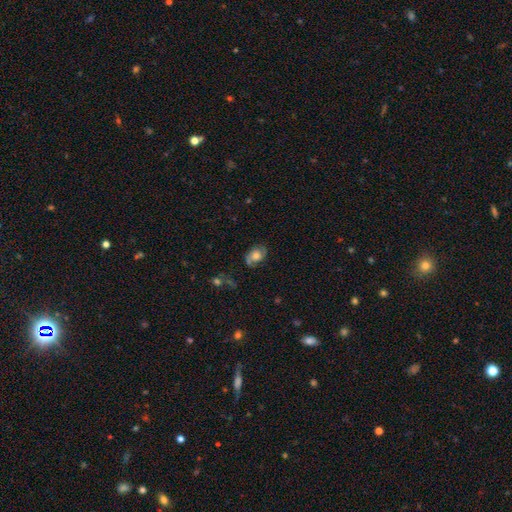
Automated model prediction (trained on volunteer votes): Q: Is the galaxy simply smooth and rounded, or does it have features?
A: featured or disk — 49%.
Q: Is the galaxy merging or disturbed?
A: none — 70%.